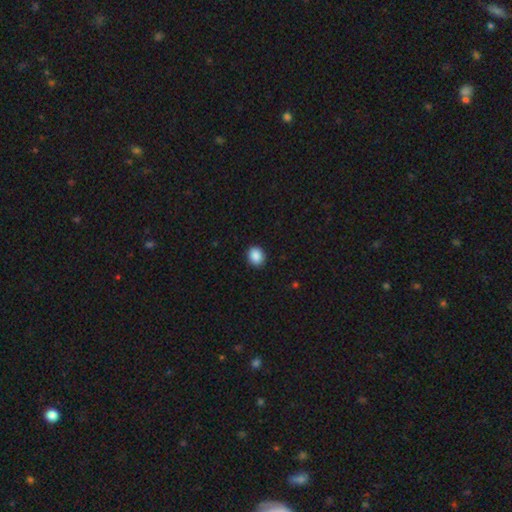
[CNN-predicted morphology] A smooth galaxy with no disk features (89%) that is round (57%).

Vote fractions:
- Smooth or featured? smooth: 89% / star or artifact: 8% / featured or disk: 3%
- How rounded? round: 57% / in between: 42% / cigar-shaped: 1%
- Merging? none: 91% / minor disturbance: 7% / major disturbance: 2% / merger: 1%